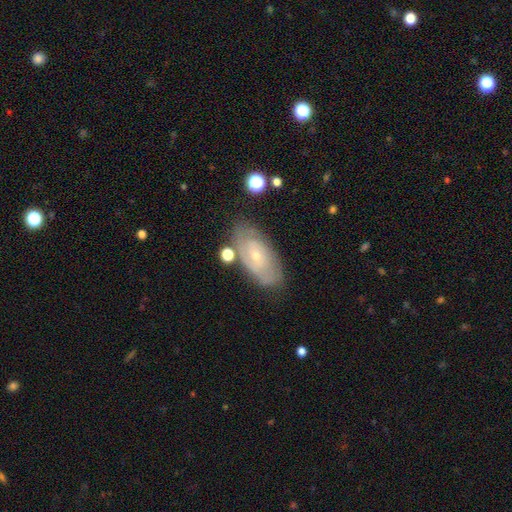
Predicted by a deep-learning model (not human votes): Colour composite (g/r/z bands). It shows a featured or disk galaxy (66%) with no bar (73%), spiral arms (74%) and a small central bulge (76%). Merging: none (71%).